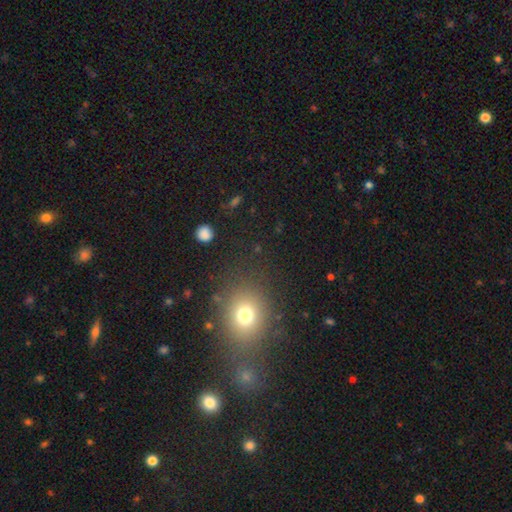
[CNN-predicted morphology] Smooth or featured? Predicted: smooth (p=0.60). How rounded? Predicted: round (p=0.61). Merging? Predicted: none (p=0.76).